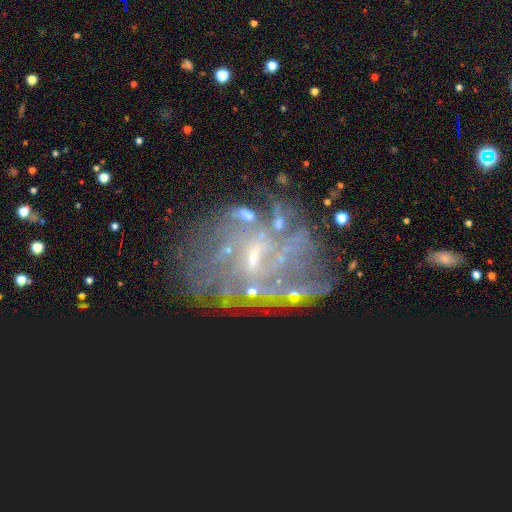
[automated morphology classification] The model was most divided on "bar": weak: 46%, no: 40%, strong: 14%. More confident: edge-on disk — no (97%); smooth or featured — featured or disk (73%); spiral arms — yes (63%); bulge size — small (54%); merging — none (54%).